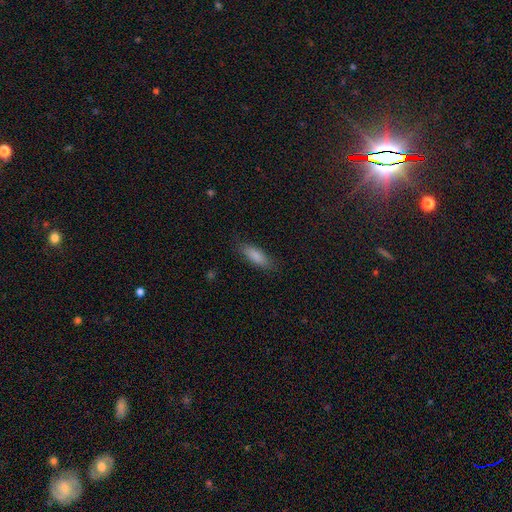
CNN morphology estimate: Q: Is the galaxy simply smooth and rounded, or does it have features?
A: smooth — 85%.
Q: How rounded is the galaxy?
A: in between — 59%.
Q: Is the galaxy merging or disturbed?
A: none — 83%.